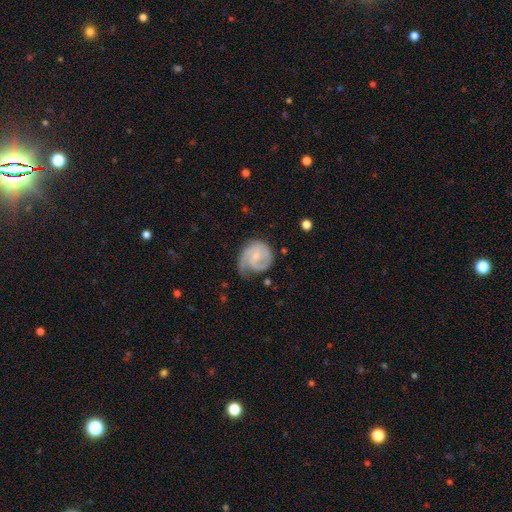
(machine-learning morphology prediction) smooth-or-featured: featured or disk: 76% | smooth: 18% | star or artifact: 5%
  disk-edge-on: no: 98% | yes: 2%
    bar: no: 63% | weak: 32% | strong: 5%
    has-spiral-arms: yes: 95% | no: 5%
      spiral-winding: tight: 48% | medium: 39% | loose: 13%
      spiral-arm-count: 2: 44% | 1: 25% | can't tell: 14% | 3: 13% | 4: 2% | more than 4: 2%
    bulge-size: small: 70% | moderate: 19% | none: 9% | large: 1% | dominant: 1%
  merging: none: 56% | minor disturbance: 28% | major disturbance: 15% | merger: 2%